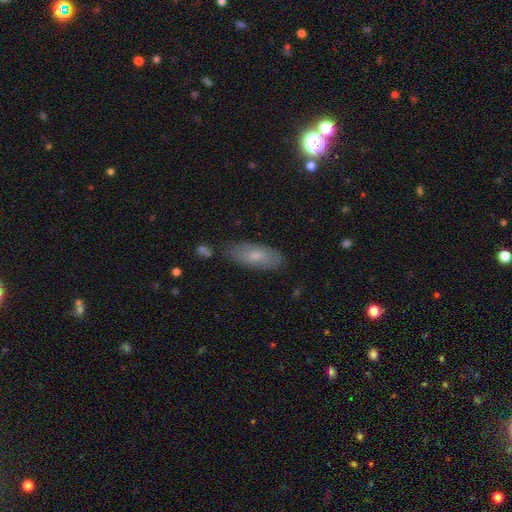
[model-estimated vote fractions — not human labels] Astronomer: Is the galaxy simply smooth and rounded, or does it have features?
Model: smooth — 68%.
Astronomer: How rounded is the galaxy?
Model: in between — 75%.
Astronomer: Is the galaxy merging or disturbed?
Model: none — 78%.